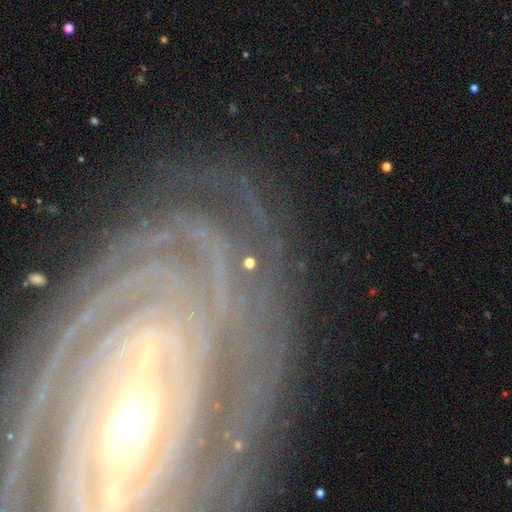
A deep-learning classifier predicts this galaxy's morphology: Smooth or featured? Predicted: featured or disk (p=0.84). Edge-on disk? Predicted: no (p=0.92). Bar? Predicted: strong (p=0.38). Spiral arms? Predicted: yes (p=0.95). Spiral winding? Predicted: tight (p=0.82). Spiral arm count? Predicted: can't tell (p=0.28). Bulge size? Predicted: moderate (p=0.48). Merging? Predicted: none (p=0.74).